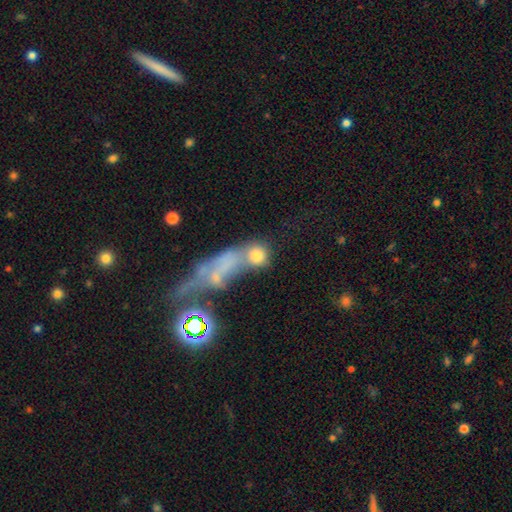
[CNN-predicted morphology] Q: Smooth or featured?
A: smooth (60%); runner-up: featured or disk (21%)
Q: How rounded?
A: round (60%); runner-up: in between (30%)
Q: Merging?
A: merger (50%); runner-up: none (26%)